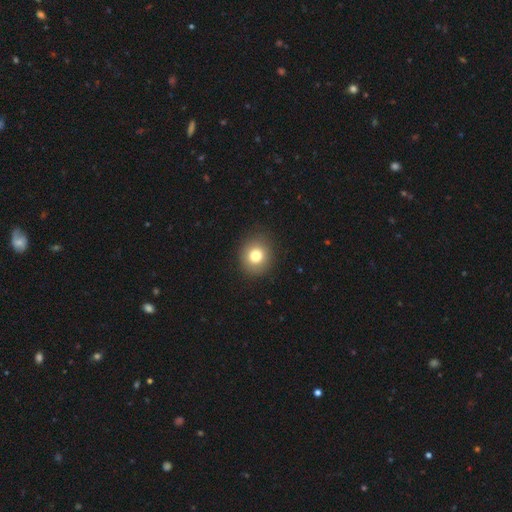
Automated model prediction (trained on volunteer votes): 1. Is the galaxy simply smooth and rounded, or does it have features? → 78% smooth, 11% featured or disk, 11% star or artifact.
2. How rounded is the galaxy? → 82% round, 17% in between, 1% cigar-shaped.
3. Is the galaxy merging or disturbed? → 89% none, 8% minor disturbance, 3% major disturbance, 1% merger.